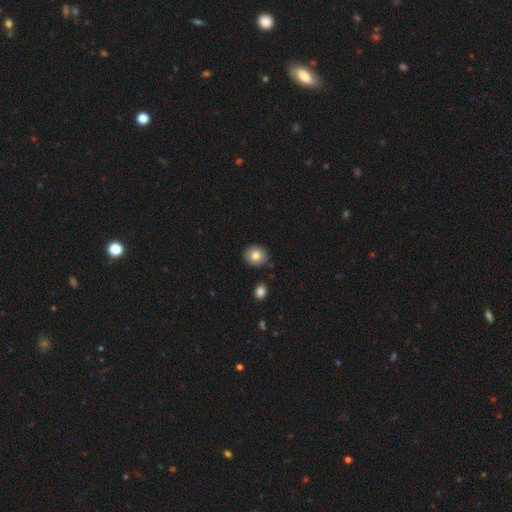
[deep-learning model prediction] Smooth or featured? smooth (81%)
How rounded? round (78%)
Merging? none (89%)